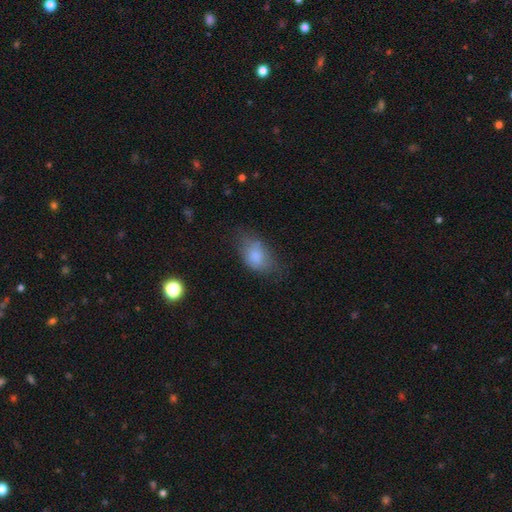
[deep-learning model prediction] A smooth galaxy with no disk features (80%) that is in between round and cigar-shaped (85%). Merging: none (53%).